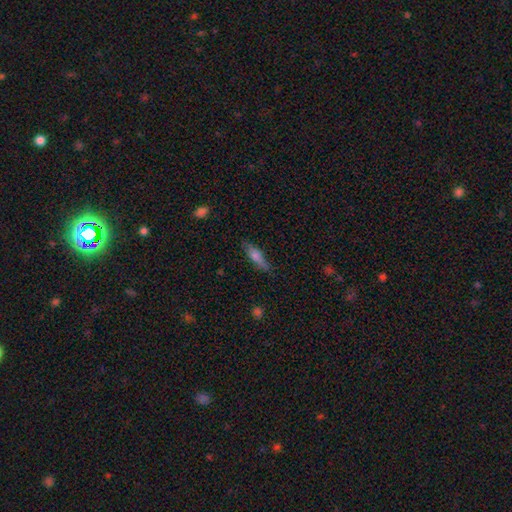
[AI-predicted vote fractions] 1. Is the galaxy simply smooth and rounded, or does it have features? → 61% smooth, 31% featured or disk, 8% star or artifact.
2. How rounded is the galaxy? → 71% cigar-shaped, 27% in between, 2% round.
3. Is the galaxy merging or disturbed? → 79% none, 16% minor disturbance, 3% major disturbance, 2% merger.